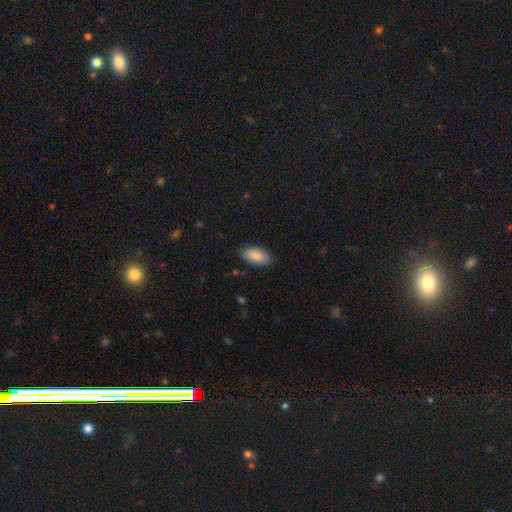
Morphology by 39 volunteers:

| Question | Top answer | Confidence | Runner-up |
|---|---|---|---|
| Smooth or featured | smooth | 79% | featured or disk (13%) |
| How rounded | in between | 97% | cigar-shaped (3%) |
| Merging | none | 89% | minor disturbance (8%) |